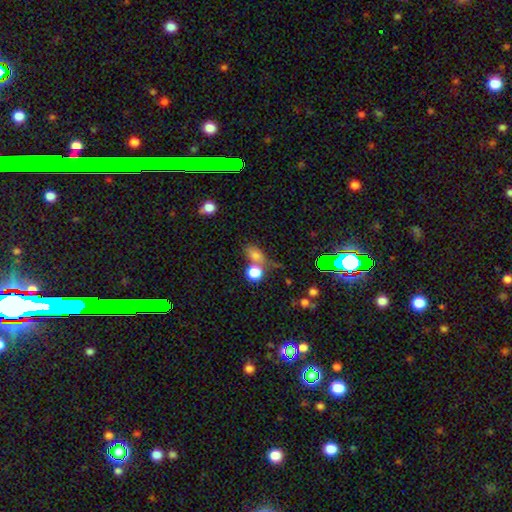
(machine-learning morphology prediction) Smooth or featured: smooth — 74% (star or artifact — 16%)
How rounded: in between — 60% (round — 34%)
Merging: none — 46% (merger — 32%)